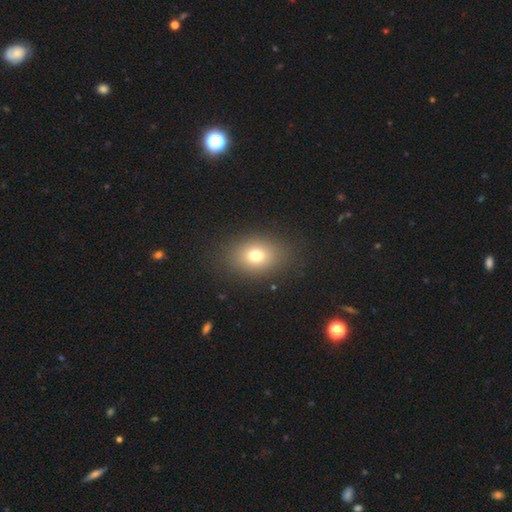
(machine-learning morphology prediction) Smooth or featured? Predicted: smooth (p=0.75). How rounded? Predicted: in between (p=0.63). Merging? Predicted: none (p=0.86).